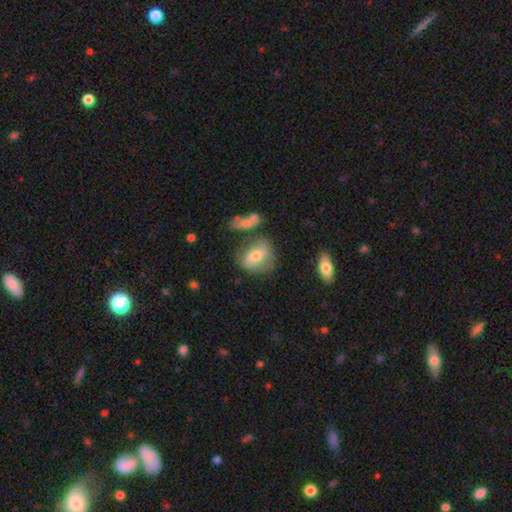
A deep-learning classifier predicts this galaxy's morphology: Smooth or featured?
  - smooth: 53% *
  - featured or disk: 39%
  - star or artifact: 8%
How rounded?
  - in between: 54% *
  - round: 43%
  - cigar-shaped: 4%
Merging?
  - none: 53% *
  - minor disturbance: 23%
  - merger: 13%
  - major disturbance: 11%